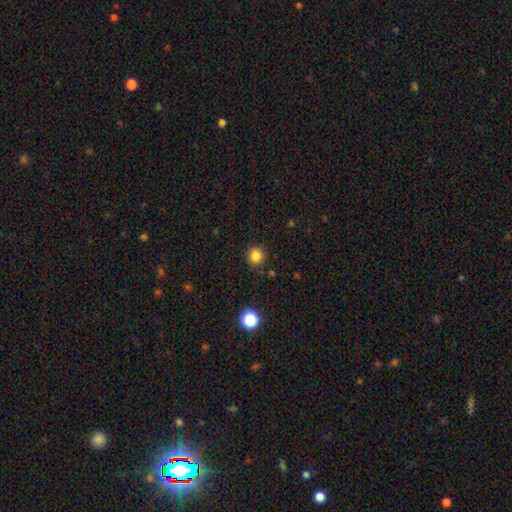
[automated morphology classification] Overall: smooth (84%). How rounded: round (94%). Merging: none (89%).